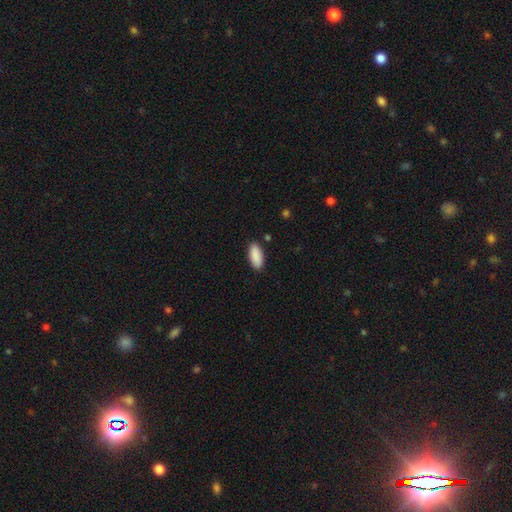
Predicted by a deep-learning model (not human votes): Q: Smooth or featured?
A: smooth (90%); runner-up: star or artifact (6%)
Q: How rounded?
A: in between (87%); runner-up: cigar-shaped (11%)
Q: Merging?
A: none (88%); runner-up: minor disturbance (9%)